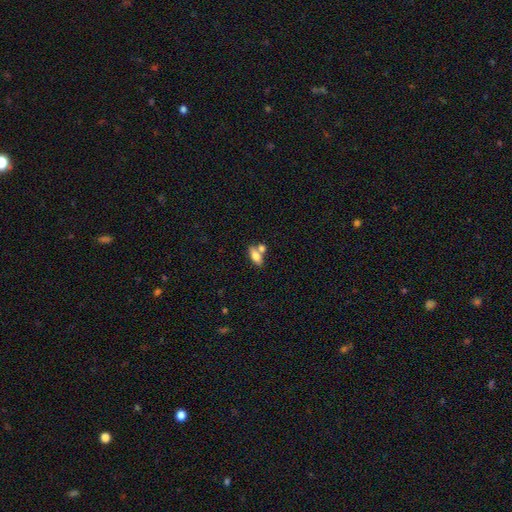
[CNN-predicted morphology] A smooth galaxy with no disk features (74%) that is in between round and cigar-shaped (80%). Merging: none (49%).